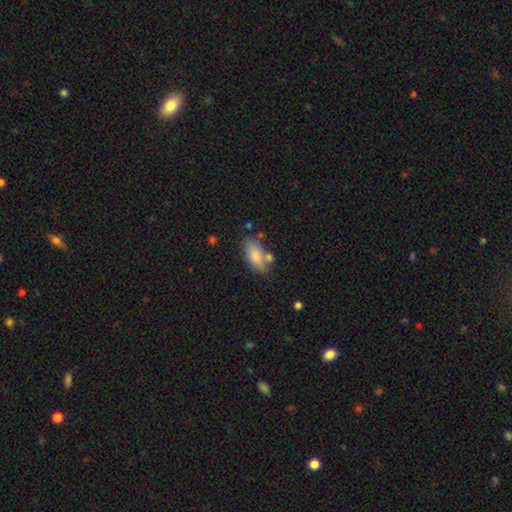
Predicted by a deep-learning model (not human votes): Smooth or featured? smooth (81%)
How rounded? in between (87%)
Merging? none (62%)